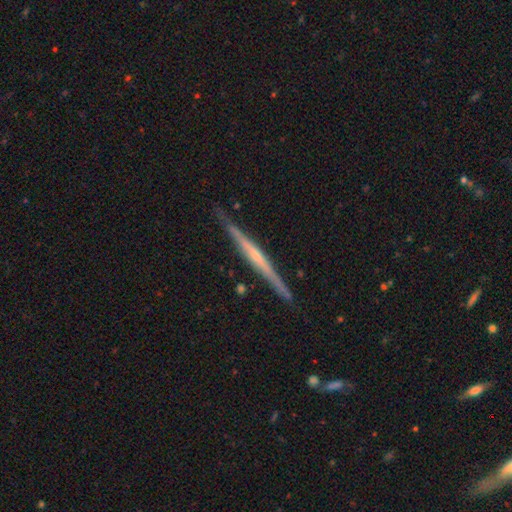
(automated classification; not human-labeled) smooth_or_featured: featured or disk (p=0.77) [alt: smooth p=0.18]
disk_edge_on: yes (p=0.98) [alt: no p=0.02]
edge_on_bulge: none (p=0.48) [alt: rounded p=0.41]
merging: none (p=0.88) [alt: minor disturbance p=0.09]